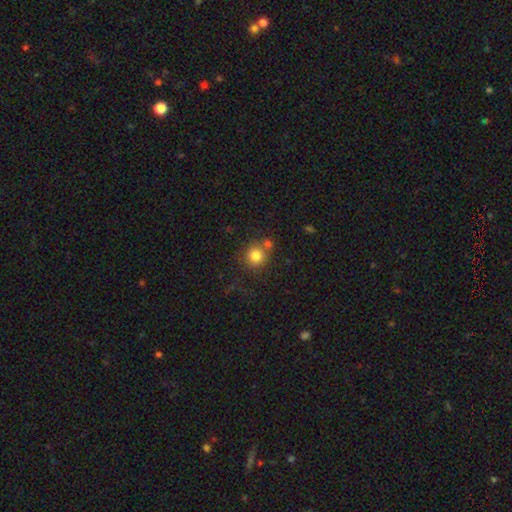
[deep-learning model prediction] Smooth or featured?
  - smooth: 81% *
  - star or artifact: 11%
  - featured or disk: 8%
How rounded?
  - round: 90% *
  - in between: 9%
  - cigar-shaped: 1%
Merging?
  - none: 66% *
  - merger: 20%
  - minor disturbance: 11%
  - major disturbance: 4%